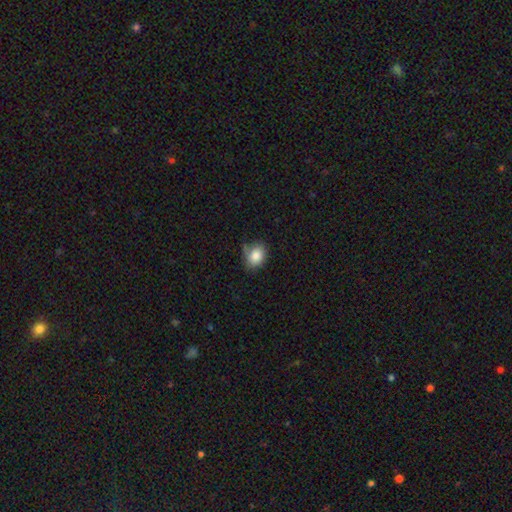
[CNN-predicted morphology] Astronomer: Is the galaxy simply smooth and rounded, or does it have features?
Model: smooth — 83%.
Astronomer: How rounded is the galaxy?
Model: in between — 53% (runner-up: round, 46%).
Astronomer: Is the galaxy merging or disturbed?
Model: none — 58%.